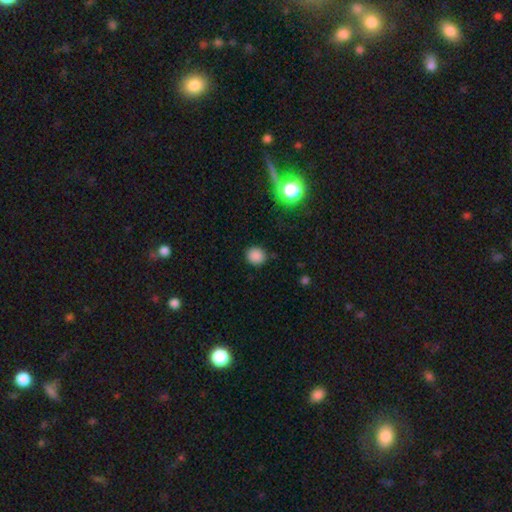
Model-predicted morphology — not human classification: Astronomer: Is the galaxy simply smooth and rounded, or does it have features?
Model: smooth — 84%.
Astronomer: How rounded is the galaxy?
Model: round — 88%.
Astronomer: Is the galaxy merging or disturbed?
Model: none — 87%.